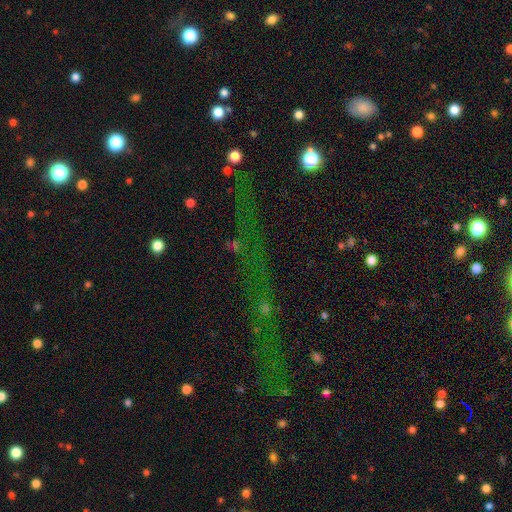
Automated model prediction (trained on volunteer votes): Smooth or featured? Predicted: star or artifact (p=0.68).